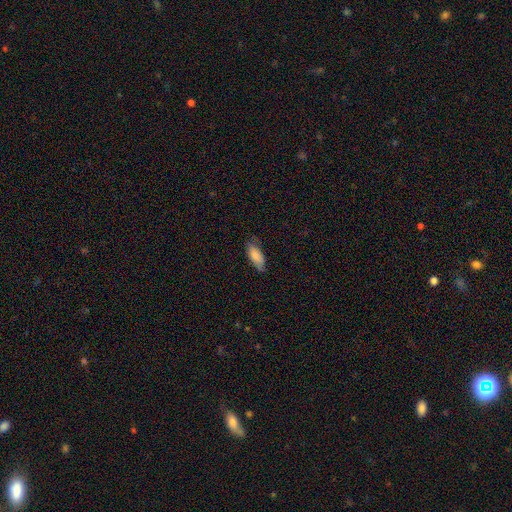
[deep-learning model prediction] smooth-or-featured: smooth: 80% | featured or disk: 13% | star or artifact: 6%
  how-rounded: in between: 80% | cigar-shaped: 18% | round: 2%
  merging: none: 68% | minor disturbance: 26% | major disturbance: 5% | merger: 1%